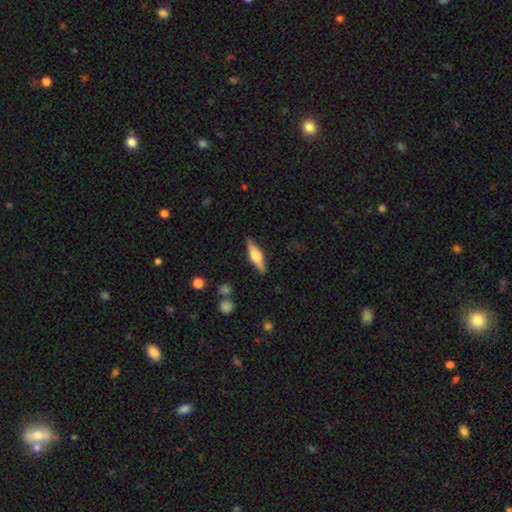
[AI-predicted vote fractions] A featured or disk galaxy (65%) viewed edge-on (96%) with a rounded central bulge (90%).

Vote fractions:
- Smooth or featured? featured or disk: 65% / smooth: 30% / star or artifact: 6%
- Edge-on disk? yes: 96% / no: 4%
- Edge-on bulge? rounded: 90% / boxy: 8% / none: 2%
- Merging? none: 88% / minor disturbance: 9% / major disturbance: 2% / merger: 1%